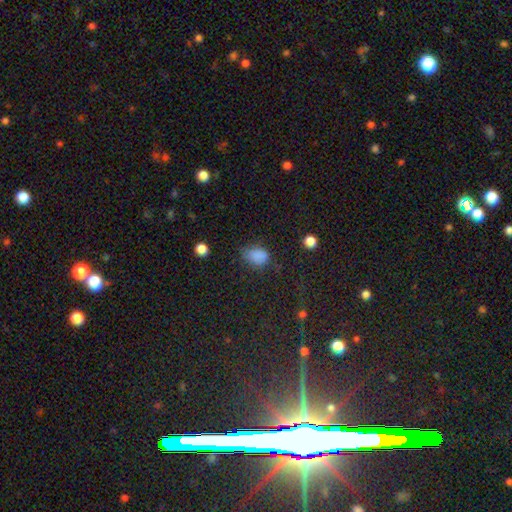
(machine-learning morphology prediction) Q: Smooth or featured?
A: smooth (80%); runner-up: star or artifact (14%)
Q: How rounded?
A: in between (77%); runner-up: round (21%)
Q: Merging?
A: none (55%); runner-up: minor disturbance (31%)